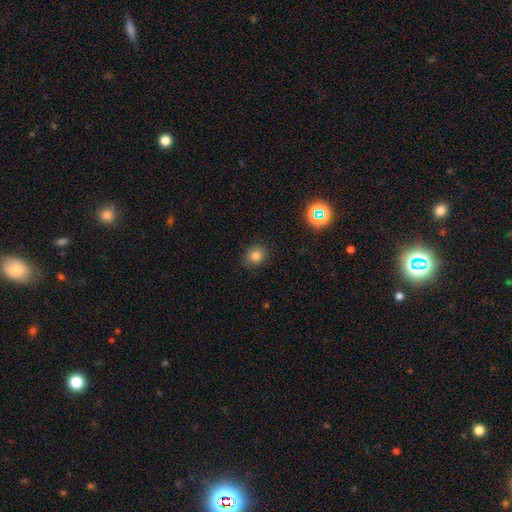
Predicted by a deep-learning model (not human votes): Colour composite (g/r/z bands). It shows a smooth galaxy with no disk features (80%) that is round (70%). Merging: none (86%).